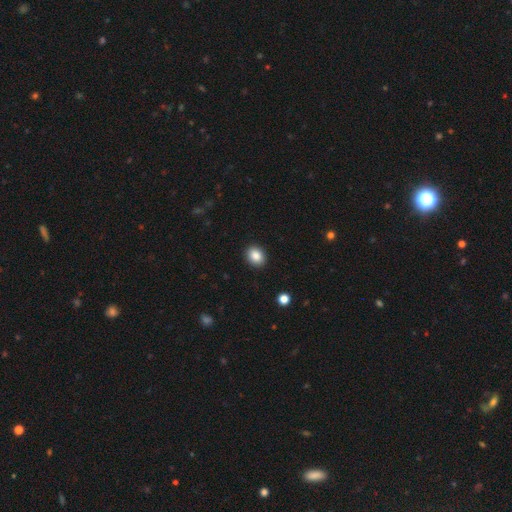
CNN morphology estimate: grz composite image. It shows a smooth galaxy with no disk features (87%) that is round (52%). Merging: none (91%).